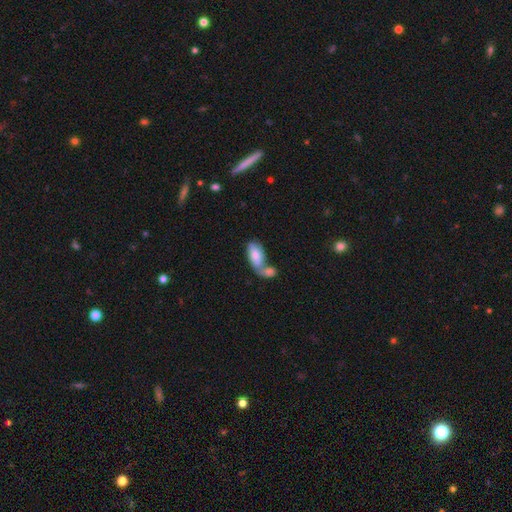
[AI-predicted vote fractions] Overall: smooth (71%). How rounded: in between (92%). Merging: merger (61%; none 23%).